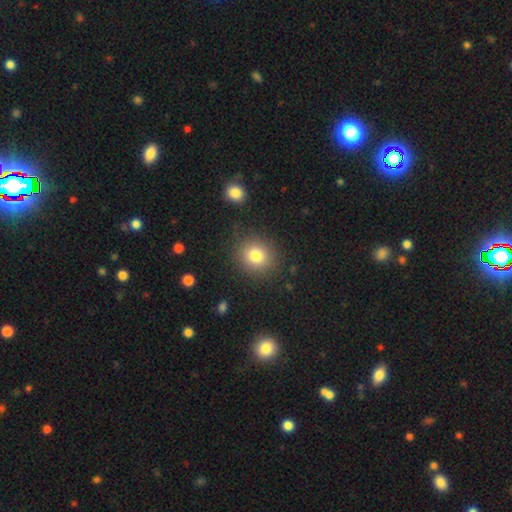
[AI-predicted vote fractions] Q: Smooth or featured?
A: smooth (80%); runner-up: star or artifact (12%)
Q: How rounded?
A: round (82%); runner-up: in between (17%)
Q: Merging?
A: none (86%); runner-up: minor disturbance (8%)